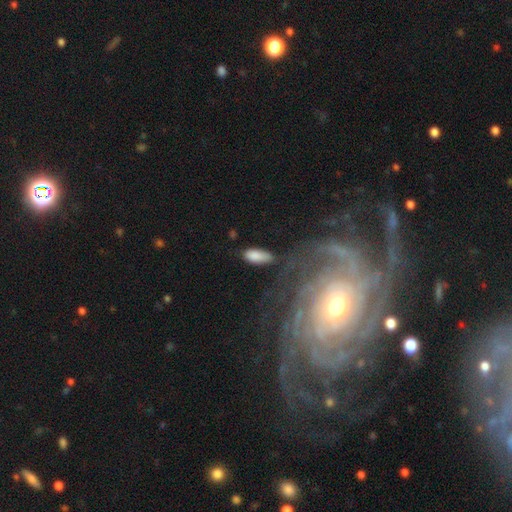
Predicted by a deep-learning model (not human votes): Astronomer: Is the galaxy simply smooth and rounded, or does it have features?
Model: smooth — 85%.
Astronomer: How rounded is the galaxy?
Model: in between — 84%.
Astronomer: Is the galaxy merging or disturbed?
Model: none — 68%.